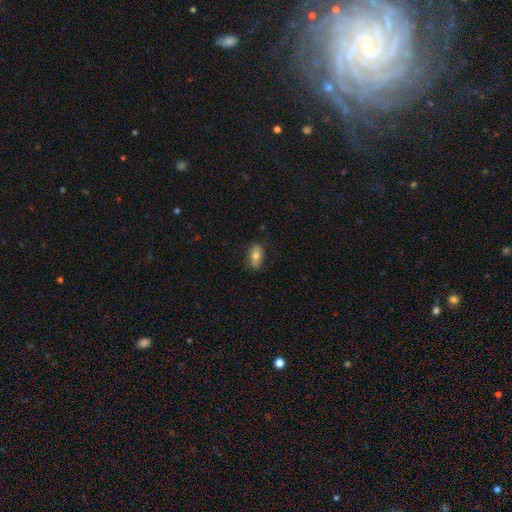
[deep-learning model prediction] Smooth or featured? smooth (76%)
How rounded? in between (87%)
Merging? none (82%)